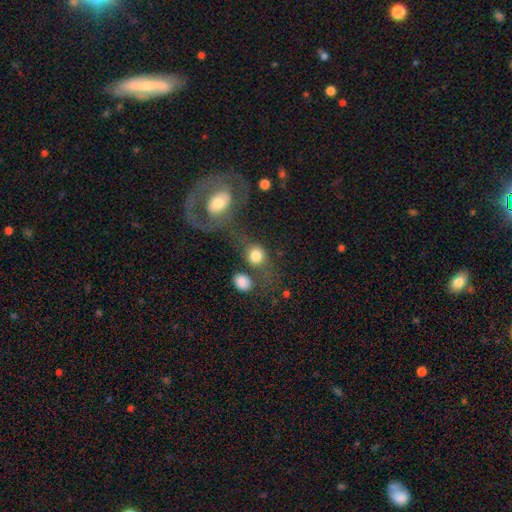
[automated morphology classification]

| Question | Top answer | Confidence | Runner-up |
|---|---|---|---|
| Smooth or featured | smooth | 72% | featured or disk (18%) |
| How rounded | round | 69% | in between (28%) |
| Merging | none | 41% | merger (31%) |